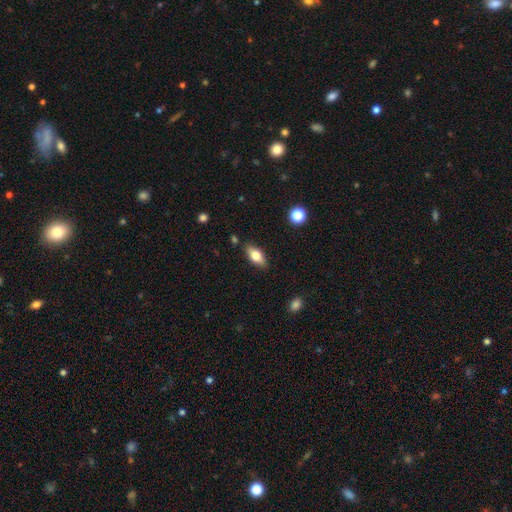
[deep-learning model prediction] A smooth galaxy with no disk features (70%) that is in between round and cigar-shaped (83%).

Vote fractions:
- Smooth or featured? smooth: 70% / featured or disk: 23% / star or artifact: 7%
- How rounded? in between: 83% / cigar-shaped: 13% / round: 4%
- Merging? none: 85% / minor disturbance: 11% / major disturbance: 2% / merger: 2%